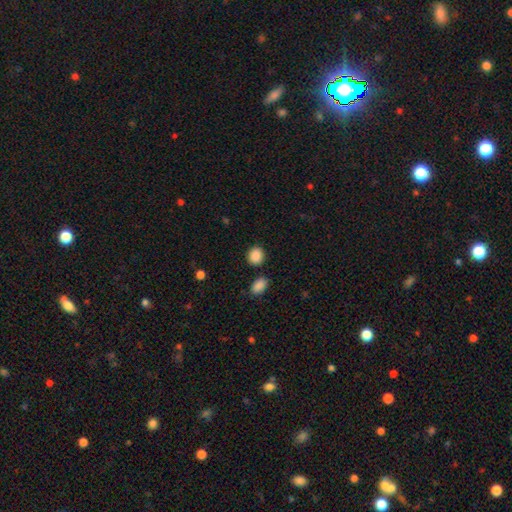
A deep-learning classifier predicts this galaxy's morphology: Smooth or featured? Predicted: smooth (p=0.89). How rounded? Predicted: round (p=0.70). Merging? Predicted: none (p=0.84).